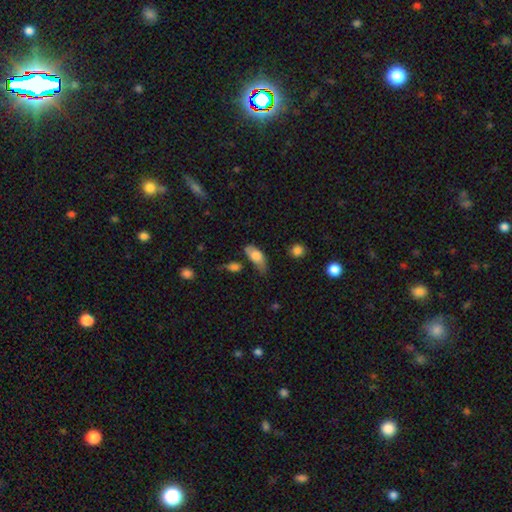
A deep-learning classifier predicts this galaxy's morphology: Q: Smooth or featured?
A: smooth (69%); runner-up: featured or disk (24%)
Q: How rounded?
A: in between (84%); runner-up: cigar-shaped (12%)
Q: Merging?
A: none (44%); runner-up: minor disturbance (34%)